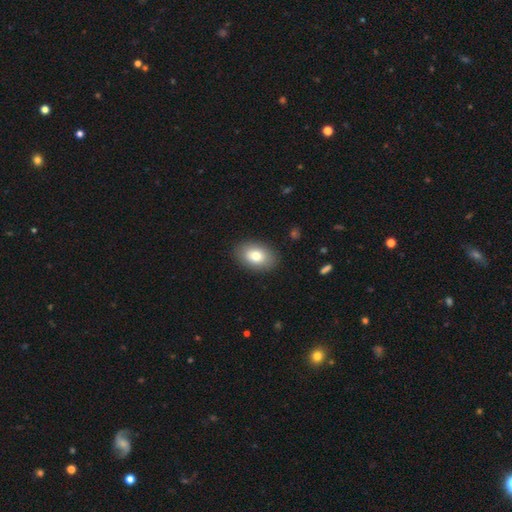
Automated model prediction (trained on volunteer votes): Smooth or featured? Predicted: smooth (p=0.77). How rounded? Predicted: in between (p=0.86). Merging? Predicted: none (p=0.88).